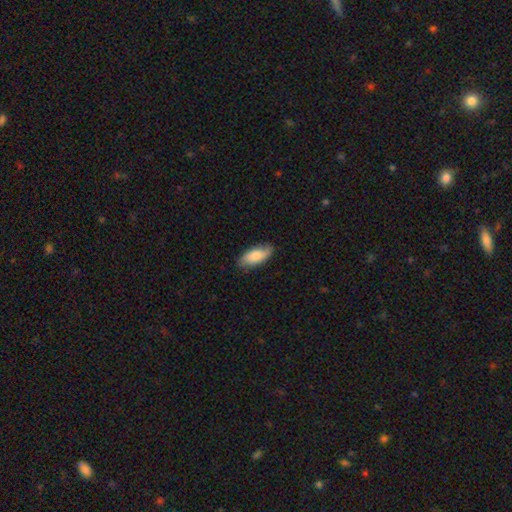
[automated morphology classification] This appears to be a smooth galaxy with no disk features (77%) that is in between round and cigar-shaped (83%). Merging: none (80%).